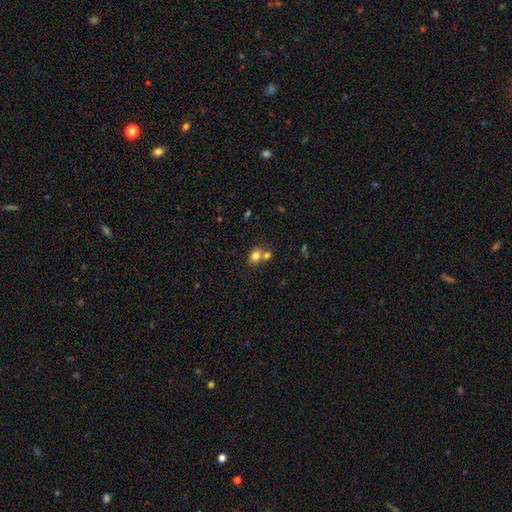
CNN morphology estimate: type=smooth (79%); roundness=round (50%); merging=none (46%).